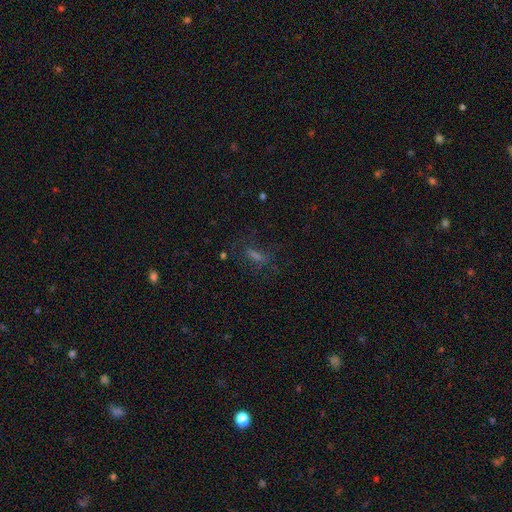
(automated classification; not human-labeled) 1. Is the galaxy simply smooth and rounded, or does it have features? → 42% smooth, 33% star or artifact, 25% featured or disk.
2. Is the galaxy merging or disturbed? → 65% none, 17% minor disturbance, 16% major disturbance, 2% merger.